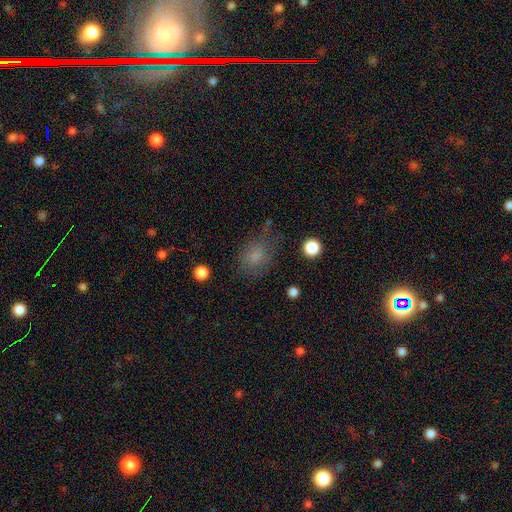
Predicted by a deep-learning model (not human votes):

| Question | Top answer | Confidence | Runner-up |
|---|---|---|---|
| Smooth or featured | smooth | 77% | star or artifact (13%) |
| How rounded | in between | 56% | round (43%) |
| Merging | none | 63% | minor disturbance (22%) |